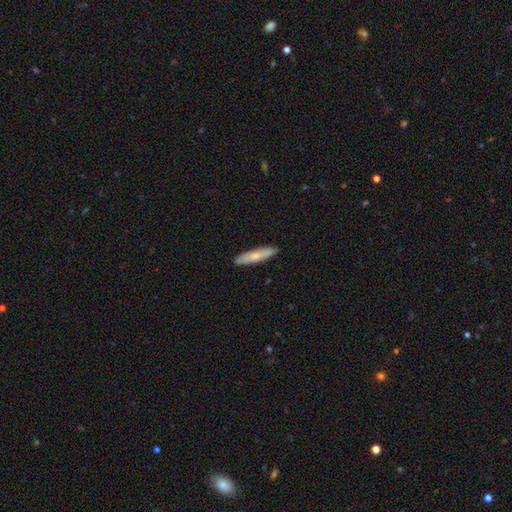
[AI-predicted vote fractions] smooth-or-featured: smooth: 67% | featured or disk: 27% | star or artifact: 5%
  how-rounded: cigar-shaped: 84% | in between: 14% | round: 2%
  merging: none: 90% | minor disturbance: 8% | major disturbance: 1% | merger: 1%